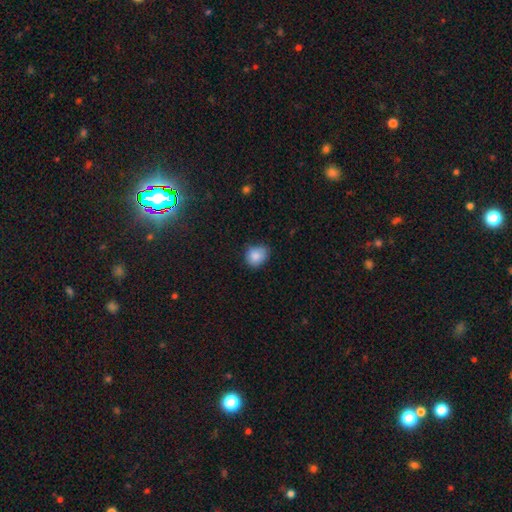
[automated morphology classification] A smooth galaxy with no disk features (85%) that is round (67%). Merging: none (67%).